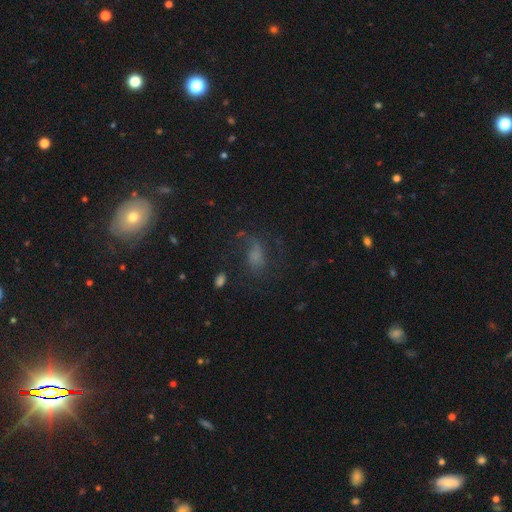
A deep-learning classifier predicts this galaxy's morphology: Smooth or featured: featured or disk — 44% (smooth — 35%)
Merging: none — 51% (major disturbance — 26%)